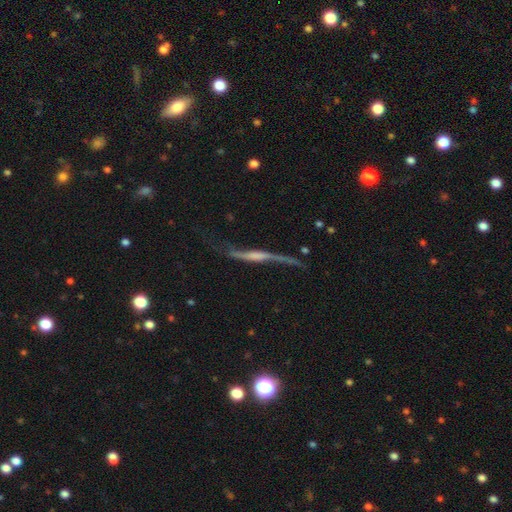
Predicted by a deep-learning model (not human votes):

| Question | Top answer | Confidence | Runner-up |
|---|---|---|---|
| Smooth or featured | featured or disk | 75% | smooth (17%) |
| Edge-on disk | yes | 59% | no (41%) |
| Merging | none | 44% | major disturbance (26%) |